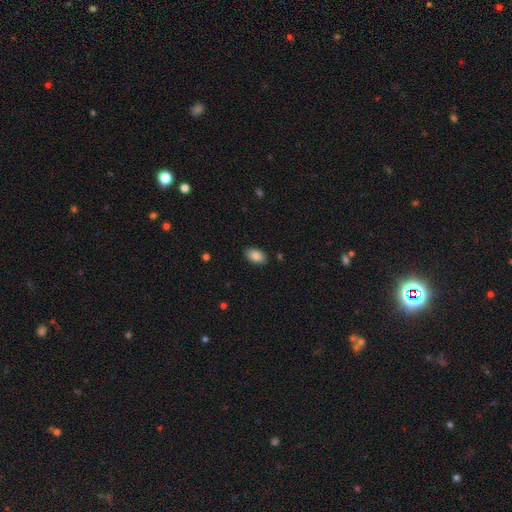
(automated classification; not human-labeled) A smooth galaxy with no disk features (86%) that is in between round and cigar-shaped (91%).

Vote fractions:
- Smooth or featured? smooth: 86% / star or artifact: 7% / featured or disk: 7%
- How rounded? in between: 91% / round: 7% / cigar-shaped: 1%
- Merging? none: 88% / minor disturbance: 9% / major disturbance: 2% / merger: 1%